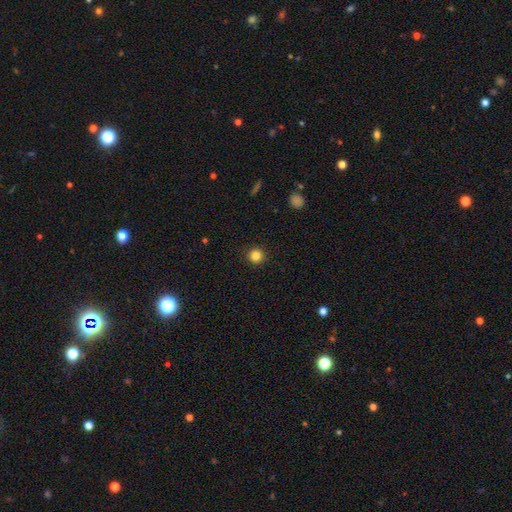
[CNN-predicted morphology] This is clearly a smooth galaxy (83%). How rounded: clearly round (95%). Merging: clearly none (92%).